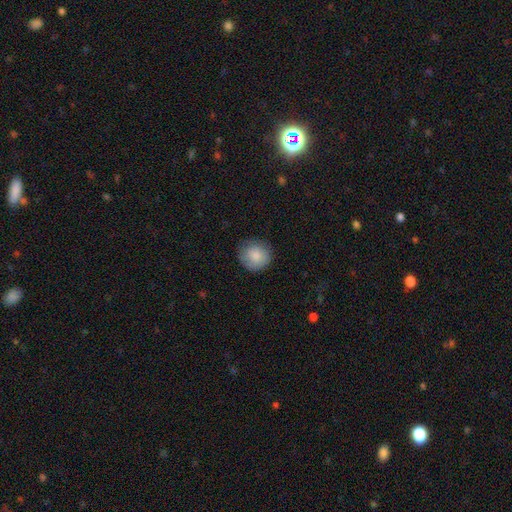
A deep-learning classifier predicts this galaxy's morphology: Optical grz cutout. It shows a smooth galaxy with no disk features (85%) that is round (92%). Merging: none (83%).